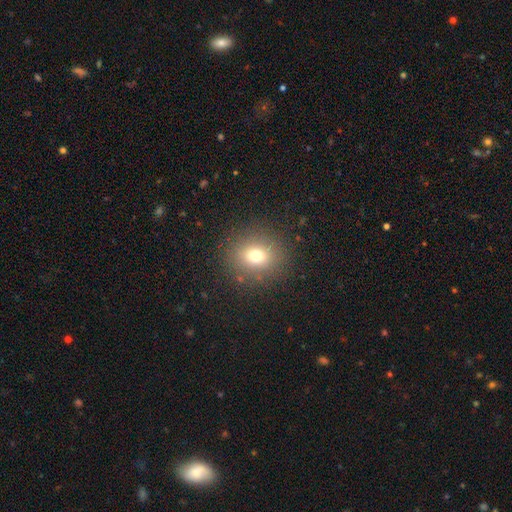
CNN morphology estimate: This is likely a smooth galaxy (73%). How rounded: likely round (74%). Merging: clearly none (87%).